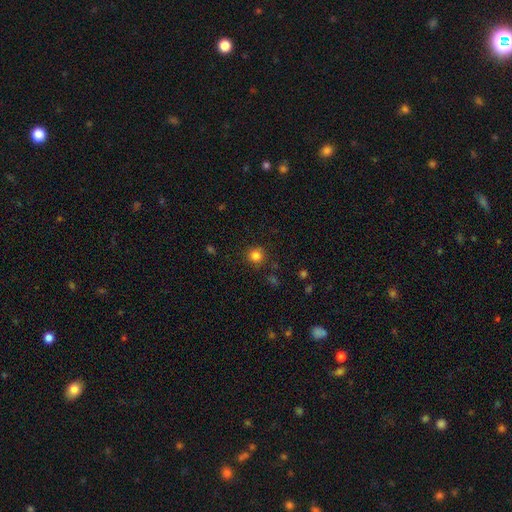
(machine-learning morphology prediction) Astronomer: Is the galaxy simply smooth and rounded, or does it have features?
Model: smooth — 82%.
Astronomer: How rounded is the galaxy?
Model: round — 93%.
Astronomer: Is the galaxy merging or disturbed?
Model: none — 88%.